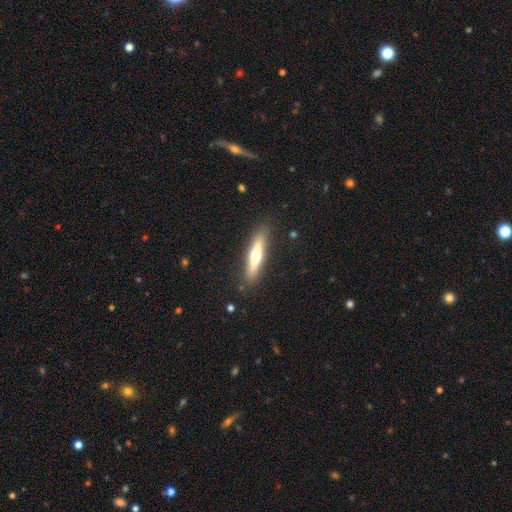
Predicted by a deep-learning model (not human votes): The model was most divided on "smooth or featured": featured or disk: 50%, smooth: 45%, star or artifact: 6%. More confident: merging — none (88%).